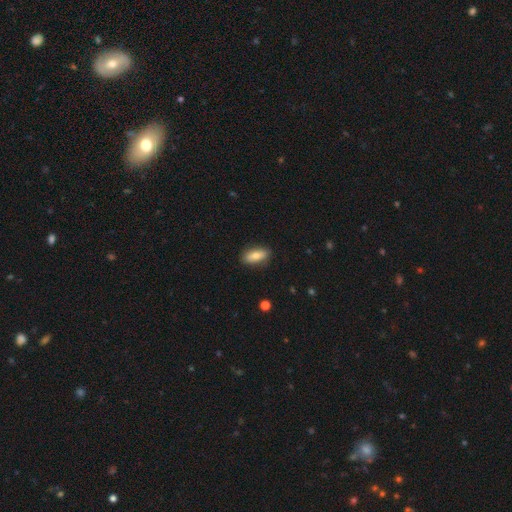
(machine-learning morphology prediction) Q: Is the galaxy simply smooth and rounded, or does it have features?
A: smooth — 77%.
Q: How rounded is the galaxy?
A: in between — 81%.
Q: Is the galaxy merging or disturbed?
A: none — 85%.